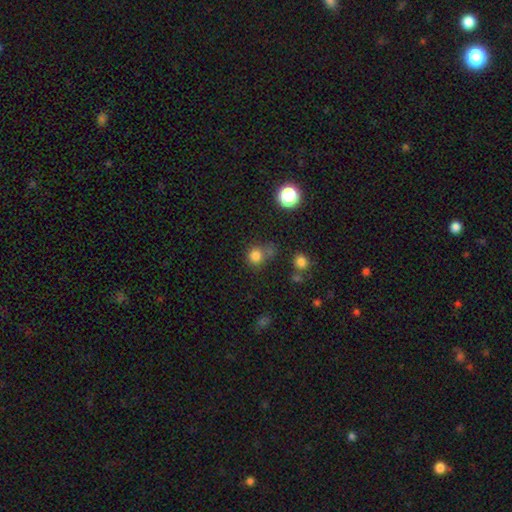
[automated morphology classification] Smooth or featured?
  - smooth: 78% *
  - star or artifact: 16%
  - featured or disk: 6%
How rounded?
  - round: 87% *
  - in between: 12%
  - cigar-shaped: 1%
Merging?
  - none: 61% *
  - minor disturbance: 16%
  - merger: 16%
  - major disturbance: 7%